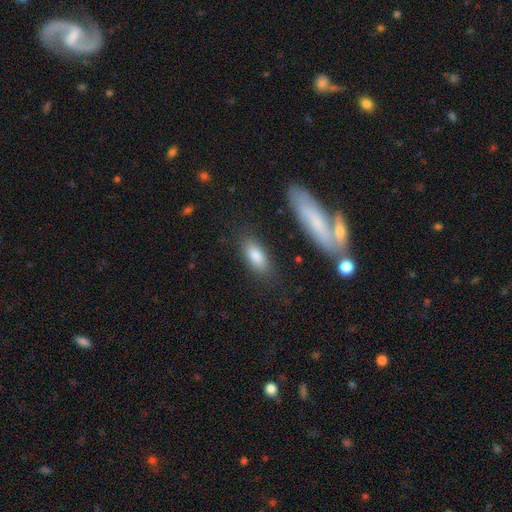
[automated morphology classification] Smooth or featured: smooth — 81% (featured or disk — 12%)
How rounded: in between — 77% (cigar-shaped — 20%)
Merging: none — 77% (minor disturbance — 13%)